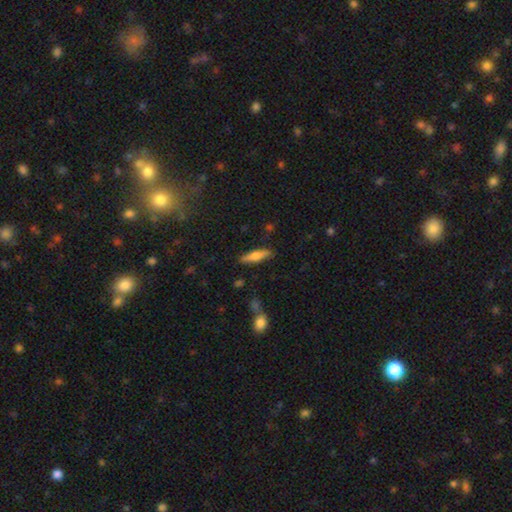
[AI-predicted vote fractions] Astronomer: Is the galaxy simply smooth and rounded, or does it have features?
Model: smooth — 52% (runner-up: featured or disk, 42%).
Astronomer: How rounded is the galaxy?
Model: cigar-shaped — 73%.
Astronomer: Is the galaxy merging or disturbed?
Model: none — 86%.